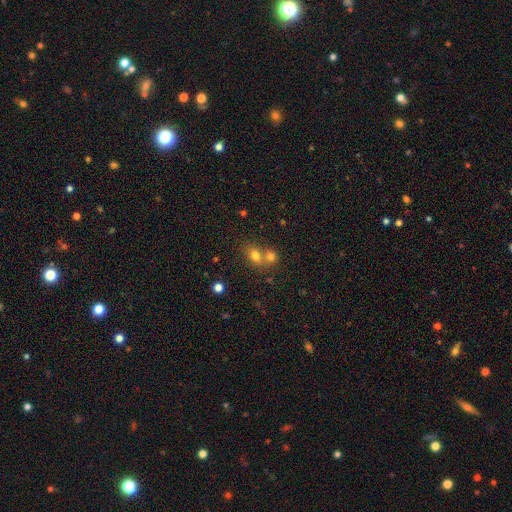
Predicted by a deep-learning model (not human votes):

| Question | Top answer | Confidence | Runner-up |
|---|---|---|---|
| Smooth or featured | smooth | 75% | star or artifact (14%) |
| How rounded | in between | 51% | round (47%) |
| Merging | merger | 51% | none (38%) |